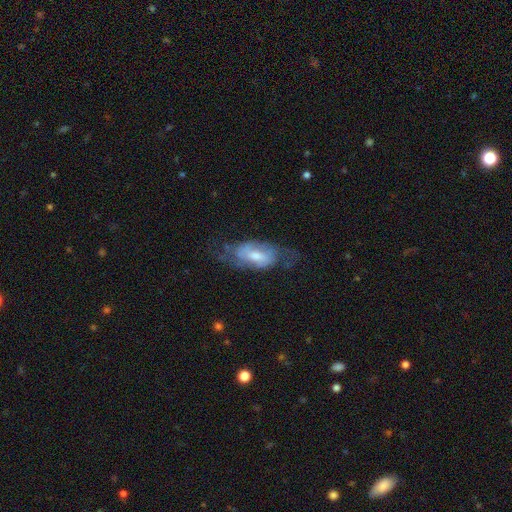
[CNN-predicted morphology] featured or disk 64%, smooth 30%, star or artifact 7%. Down the decision tree: edge-on disk — no (90%); bar — weak (49%); spiral arms — yes (77%); bulge size — moderate (56%); merging — none (53%).